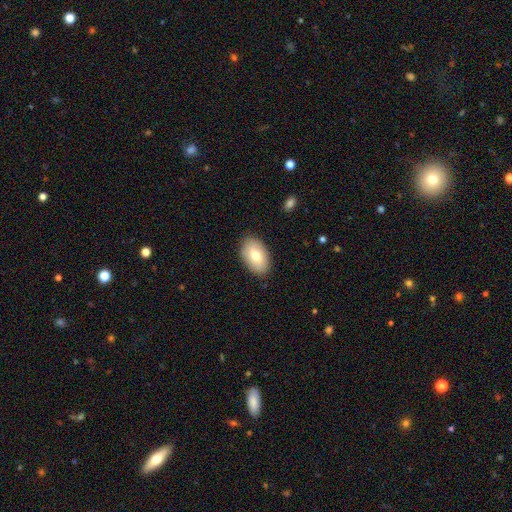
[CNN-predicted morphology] Q: Smooth or featured?
A: smooth (75%); runner-up: featured or disk (19%)
Q: How rounded?
A: in between (92%); runner-up: round (6%)
Q: Merging?
A: none (88%); runner-up: minor disturbance (9%)